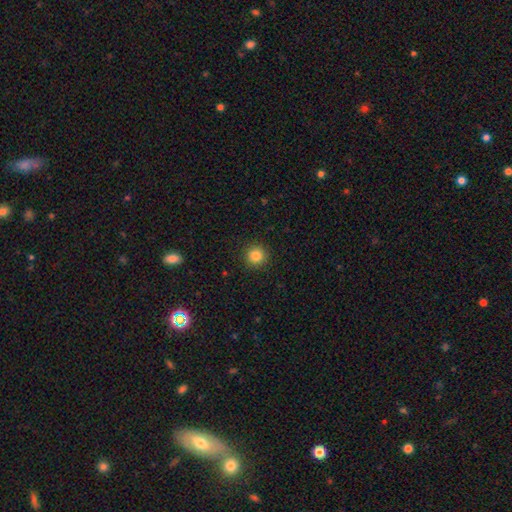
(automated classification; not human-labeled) This appears to be a smooth galaxy with no disk features (84%) that is round (95%). Merging: none (92%).